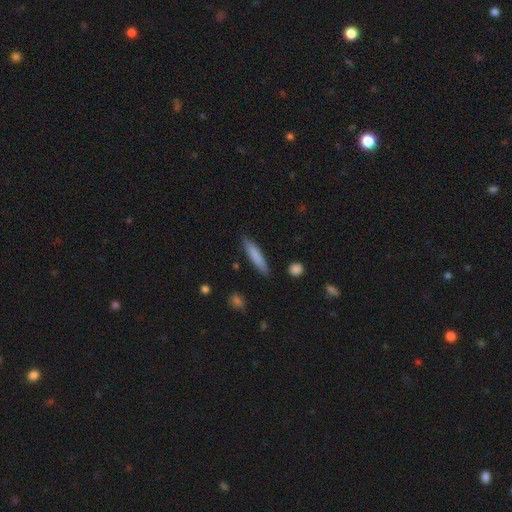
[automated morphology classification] Overall: smooth (80%). How rounded: cigar-shaped (87%). Merging: none (87%).